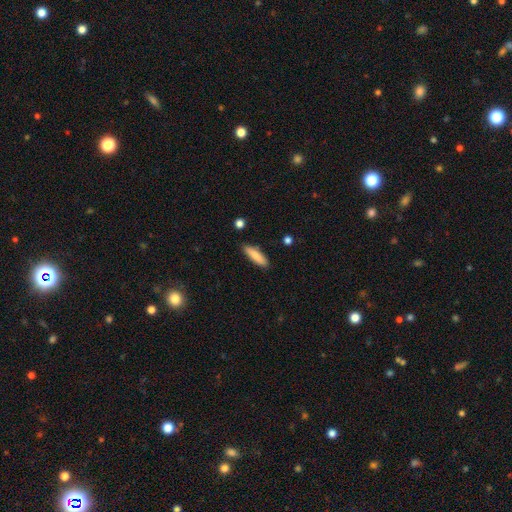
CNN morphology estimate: Smooth or featured? smooth (83%)
How rounded? cigar-shaped (67%)
Merging? none (86%)